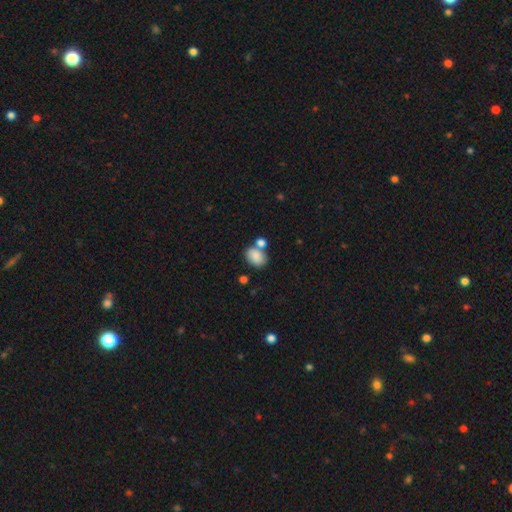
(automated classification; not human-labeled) This appears to be a smooth galaxy with no disk features (83%) that is in between round and cigar-shaped (68%). Merging: none (48%).